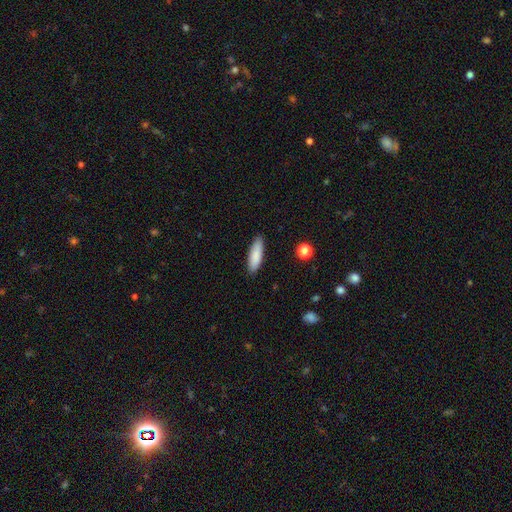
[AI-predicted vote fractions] Smooth or featured: smooth — 87% (featured or disk — 7%)
How rounded: cigar-shaped — 54% (in between — 44%)
Merging: none — 89% (minor disturbance — 9%)